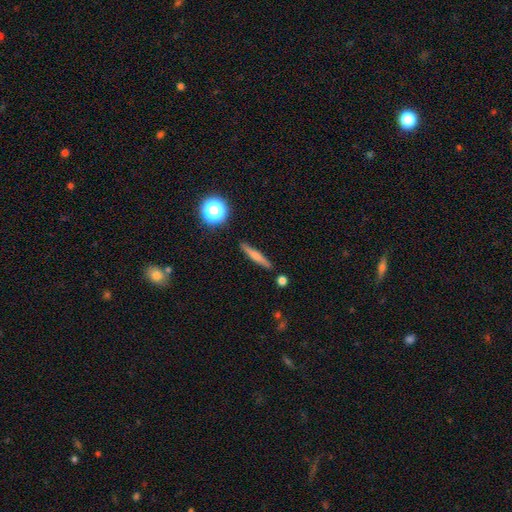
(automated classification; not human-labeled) smooth-or-featured: smooth: 55% | featured or disk: 36% | star or artifact: 9%
  how-rounded: cigar-shaped: 89% | in between: 6% | round: 4%
  merging: none: 86% | minor disturbance: 9% | merger: 3% | major disturbance: 2%